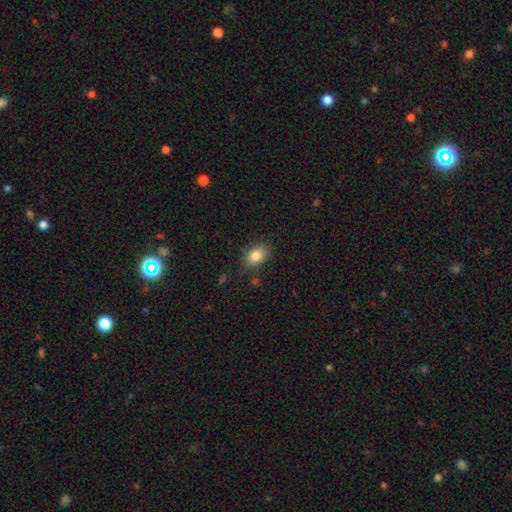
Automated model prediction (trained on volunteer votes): Smooth or featured?
  - smooth: 84% *
  - star or artifact: 9%
  - featured or disk: 7%
How rounded?
  - in between: 78% *
  - round: 20%
  - cigar-shaped: 1%
Merging?
  - none: 79% *
  - minor disturbance: 15%
  - major disturbance: 4%
  - merger: 2%